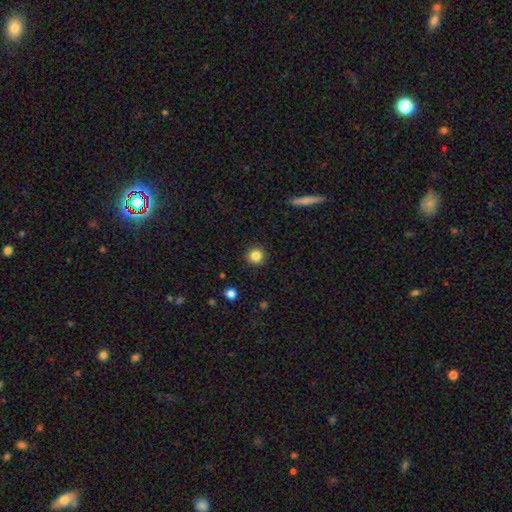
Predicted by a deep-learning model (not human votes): A smooth galaxy with no disk features (84%) that is round (94%).

Vote fractions:
- Smooth or featured? smooth: 84% / star or artifact: 11% / featured or disk: 5%
- How rounded? round: 94% / in between: 5% / cigar-shaped: 1%
- Merging? none: 91% / minor disturbance: 6% / major disturbance: 2% / merger: 1%